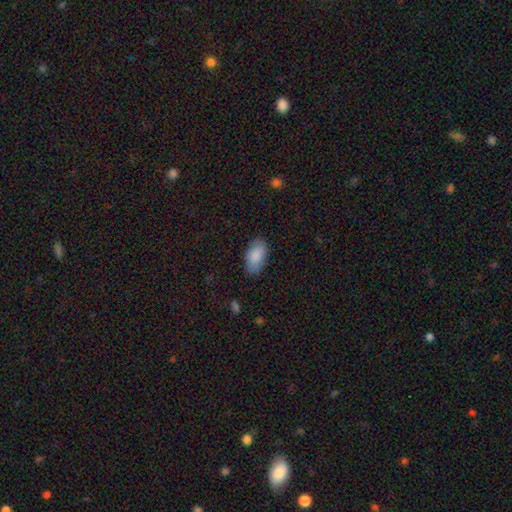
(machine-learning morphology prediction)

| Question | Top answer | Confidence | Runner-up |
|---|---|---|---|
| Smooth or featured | smooth | 88% | featured or disk (6%) |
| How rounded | in between | 95% | round (3%) |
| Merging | none | 83% | minor disturbance (13%) |